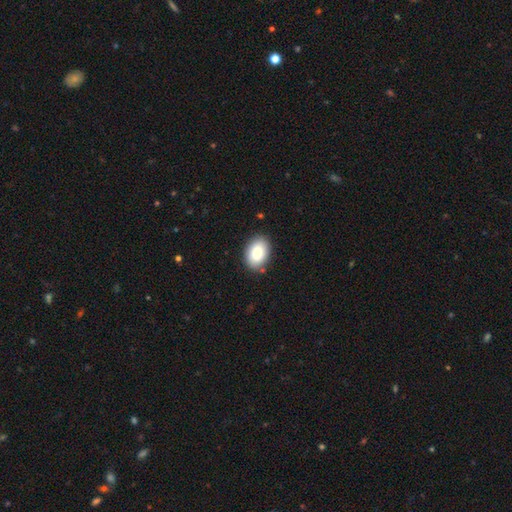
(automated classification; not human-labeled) Smooth or featured: smooth — 87% (featured or disk — 7%)
How rounded: in between — 86% (round — 13%)
Merging: none — 86% (minor disturbance — 11%)